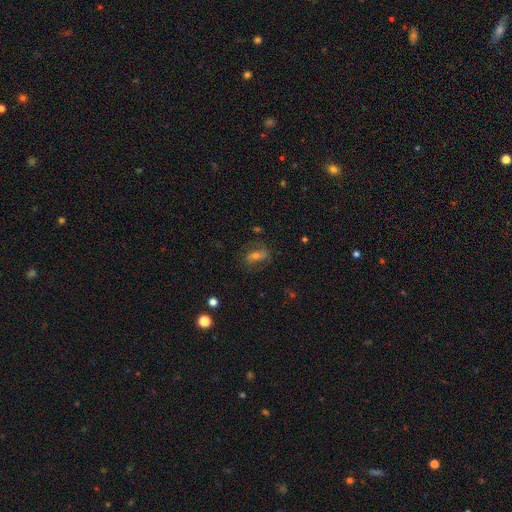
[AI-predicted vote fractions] Overall: featured or disk (43%; smooth 37%). Merging: none (72%).